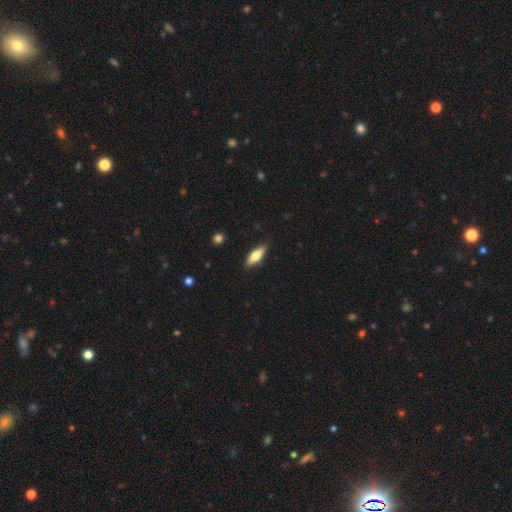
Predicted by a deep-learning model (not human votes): Smooth or featured: smooth — 70% (featured or disk — 24%)
How rounded: in between — 62% (cigar-shaped — 36%)
Merging: none — 87% (minor disturbance — 10%)